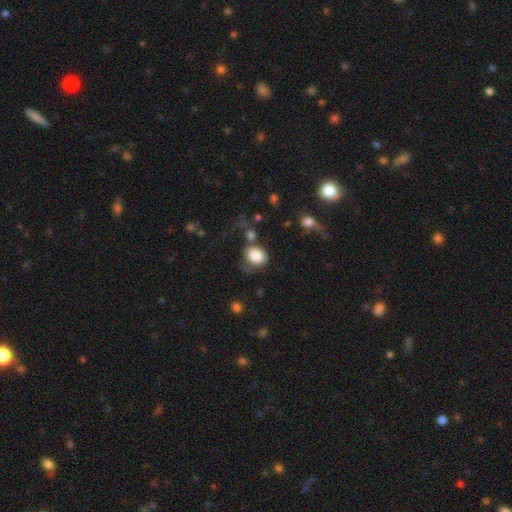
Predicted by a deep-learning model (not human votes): This is clearly a smooth galaxy (84%). How rounded: possibly round (55%). Merging: possibly none (48%).